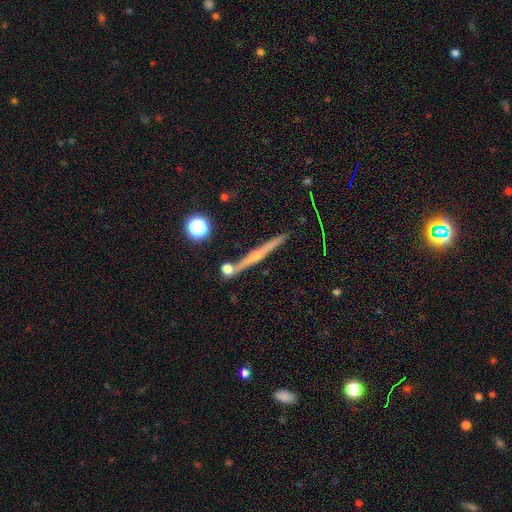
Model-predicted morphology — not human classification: The model was most divided on "smooth or featured": featured or disk: 73%, smooth: 18%, star or artifact: 9%. More confident: edge-on disk — yes (98%); merging — none (85%); edge-on bulge — rounded (74%).